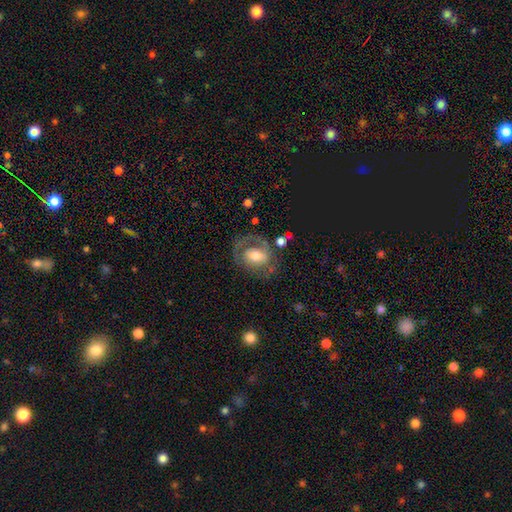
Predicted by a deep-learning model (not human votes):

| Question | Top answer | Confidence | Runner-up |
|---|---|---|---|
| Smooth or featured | featured or disk | 56% | smooth (37%) |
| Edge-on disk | no | 95% | yes (5%) |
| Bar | no | 53% | weak (31%) |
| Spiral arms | no | 51% | yes (49%) |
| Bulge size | moderate | 60% | small (21%) |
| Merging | none | 62% | minor disturbance (19%) |